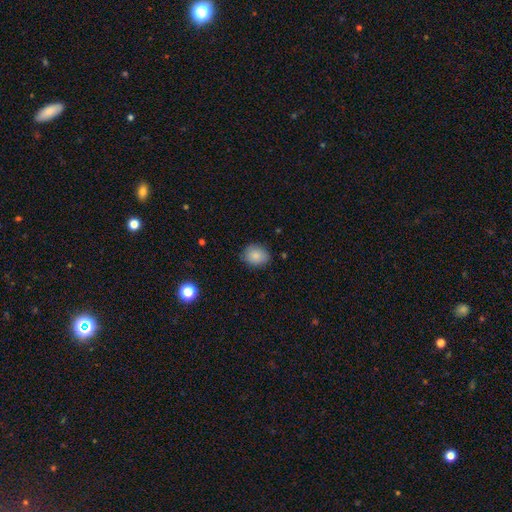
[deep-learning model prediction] The model was most divided on "how rounded": round: 53%, in between: 46%, cigar-shaped: 1%. More confident: smooth or featured — smooth (85%); merging — none (81%).